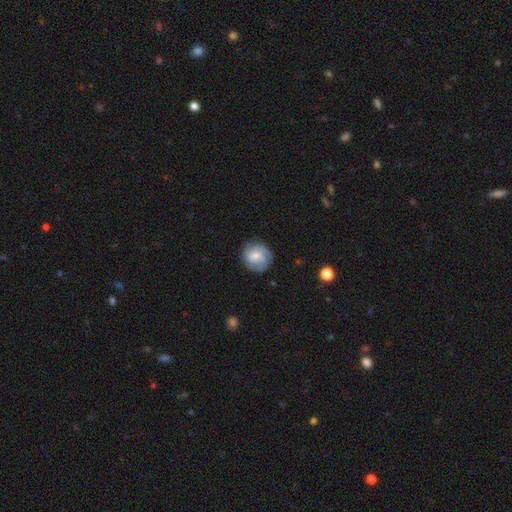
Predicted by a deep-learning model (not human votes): featured or disk 49%, smooth 43%, star or artifact 7%. Down the decision tree: merging — none (80%).